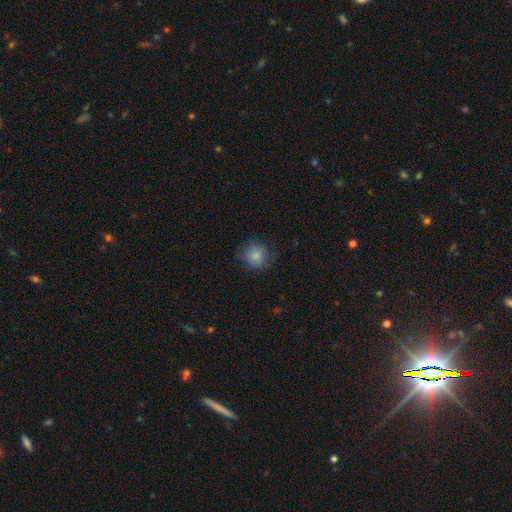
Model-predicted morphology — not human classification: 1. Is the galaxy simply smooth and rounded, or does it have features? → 80% smooth, 11% featured or disk, 9% star or artifact.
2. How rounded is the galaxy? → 83% round, 16% in between, 1% cigar-shaped.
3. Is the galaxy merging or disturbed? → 73% none, 18% minor disturbance, 8% major disturbance, 1% merger.